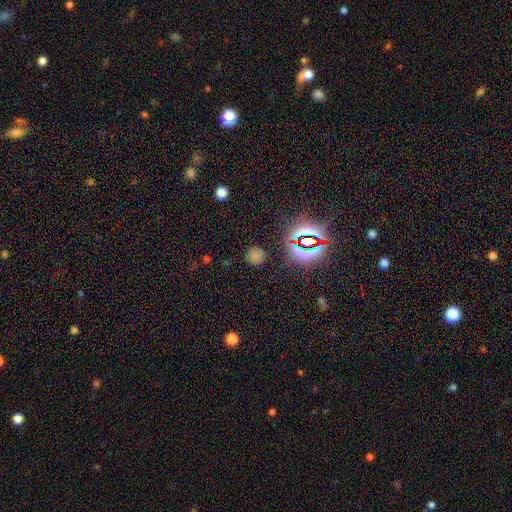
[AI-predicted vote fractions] A smooth galaxy with no disk features (66%) that is round (91%).

Vote fractions:
- Smooth or featured? smooth: 66% / star or artifact: 28% / featured or disk: 6%
- How rounded? round: 91% / in between: 8% / cigar-shaped: 1%
- Merging? none: 87% / minor disturbance: 8% / major disturbance: 3% / merger: 2%